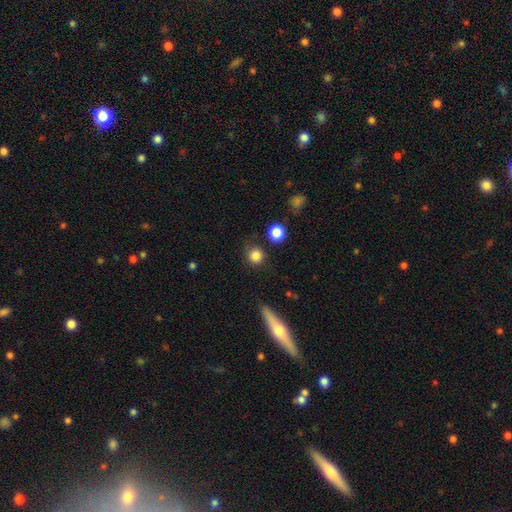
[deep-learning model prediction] Overall: smooth (85%). How rounded: round (90%). Merging: none (79%).